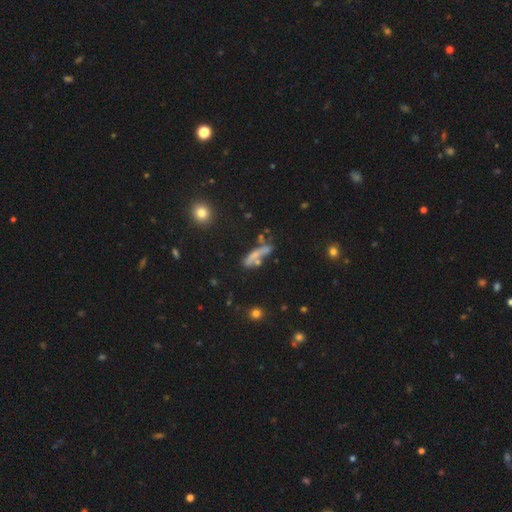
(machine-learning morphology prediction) Q: Smooth or featured?
A: smooth (53%); runner-up: featured or disk (33%)
Q: How rounded?
A: cigar-shaped (73%); runner-up: in between (22%)
Q: Merging?
A: none (45%); runner-up: merger (22%)